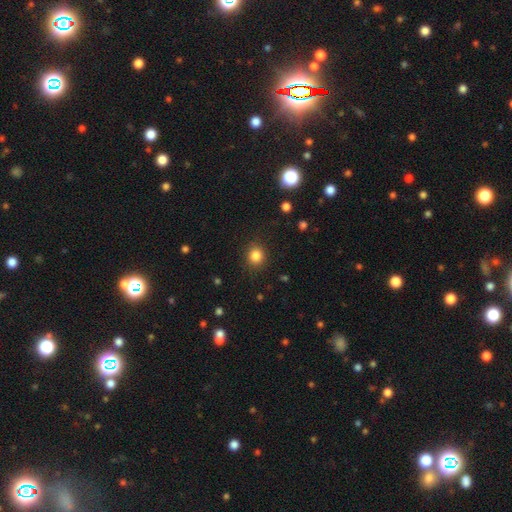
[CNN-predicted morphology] smooth-or-featured: smooth: 84% | star or artifact: 12% | featured or disk: 4%
  how-rounded: round: 84% | in between: 15% | cigar-shaped: 1%
  merging: none: 88% | minor disturbance: 8% | major disturbance: 3% | merger: 1%